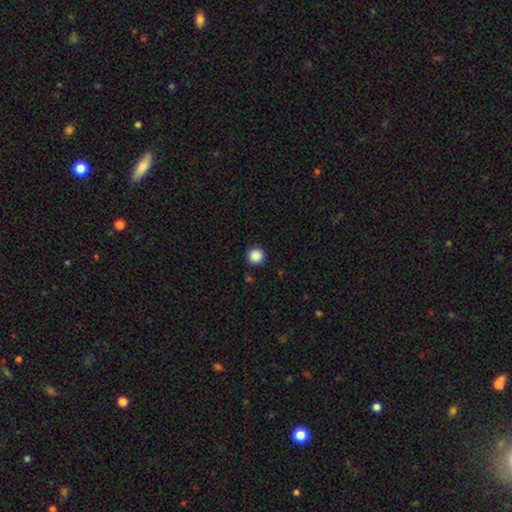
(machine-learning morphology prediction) smooth-or-featured: smooth: 88% | star or artifact: 9% | featured or disk: 2%
  how-rounded: round: 95% | in between: 4% | cigar-shaped: 1%
  merging: none: 91% | minor disturbance: 6% | major disturbance: 2% | merger: 1%